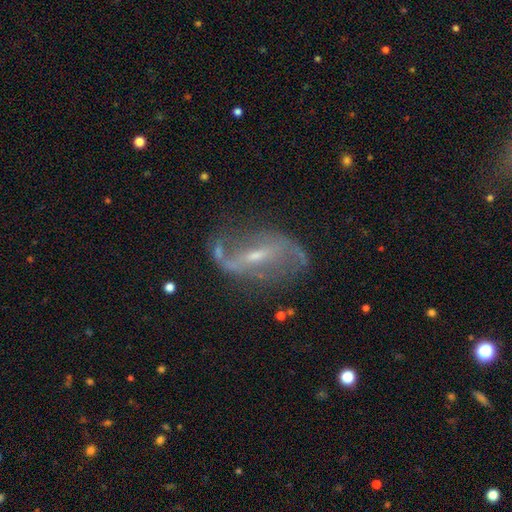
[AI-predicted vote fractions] Smooth or featured?
  - featured or disk: 84% *
  - star or artifact: 8%
  - smooth: 8%
Edge-on disk?
  - no: 92% *
  - yes: 8%
Bar?
  - strong: 48% *
  - weak: 37%
  - no: 16%
Spiral arms?
  - yes: 89% *
  - no: 11%
Spiral winding?
  - loose: 65% *
  - medium: 25%
  - tight: 9%
Spiral arm count?
  - 2: 85% *
  - can't tell: 7%
  - 1: 4%
  - 3: 1%
  - 4: 1%
  - more than 4: 1%
Bulge size?
  - small: 66% *
  - moderate: 27%
  - none: 4%
  - large: 2%
  - dominant: 1%
Merging?
  - none: 62% *
  - minor disturbance: 19%
  - major disturbance: 14%
  - merger: 4%